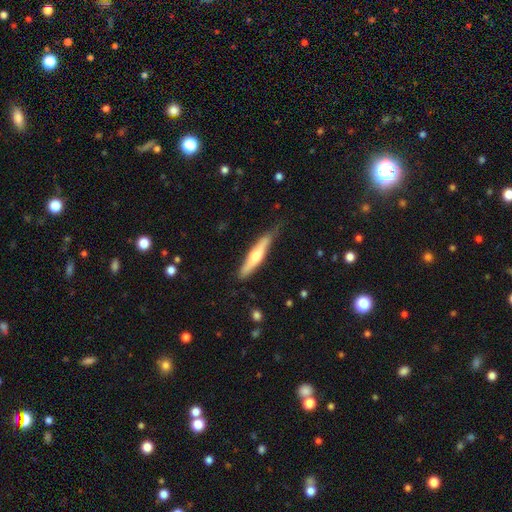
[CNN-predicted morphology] A featured or disk galaxy (51%) viewed edge-on (92%).

Vote fractions:
- Smooth or featured? featured or disk: 51% / smooth: 44% / star or artifact: 5%
- Edge-on disk? yes: 92% / no: 8%
- Merging? none: 72% / minor disturbance: 22% / major disturbance: 4% / merger: 2%